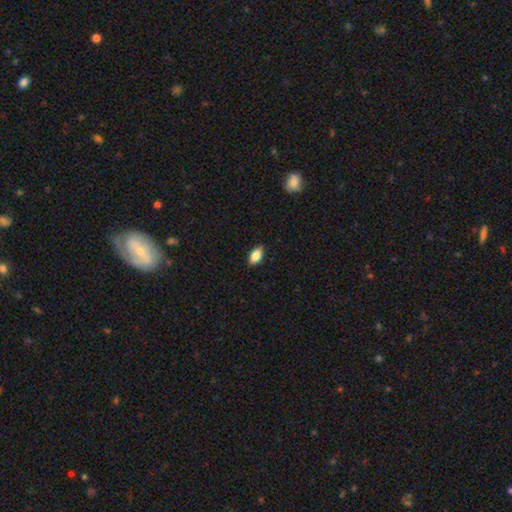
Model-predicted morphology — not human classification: This appears to be a smooth galaxy with no disk features (84%) that is in between round and cigar-shaped (90%). Merging: none (87%).